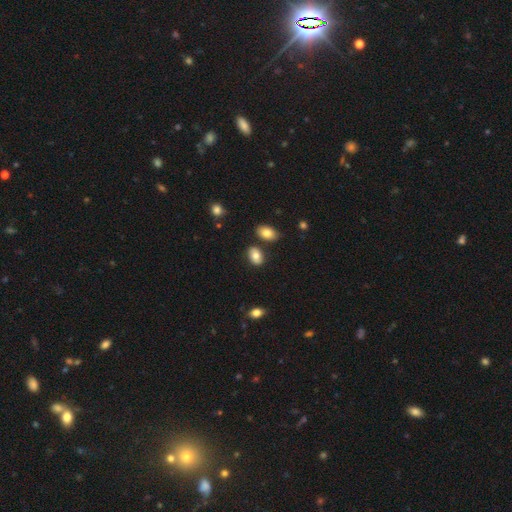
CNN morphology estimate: smooth_or_featured: smooth (p=0.80) [alt: featured or disk p=0.12]
how_rounded: in between (p=0.87) [alt: round p=0.11]
merging: none (p=0.77) [alt: minor disturbance p=0.11]